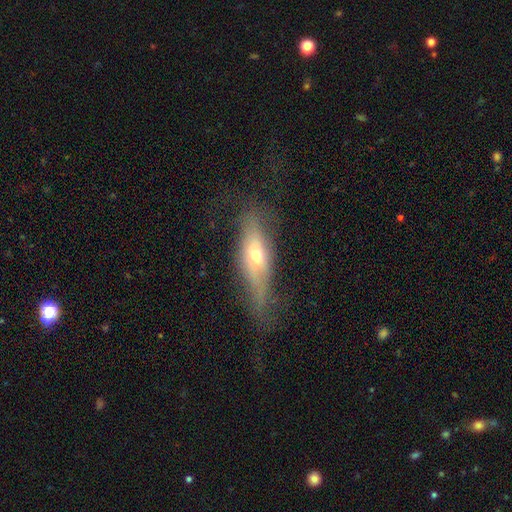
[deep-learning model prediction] Overall: featured or disk (51%; smooth 41%). Edge-on disk: yes (67%; no 33%). Merging: none (53%; minor disturbance 27%).